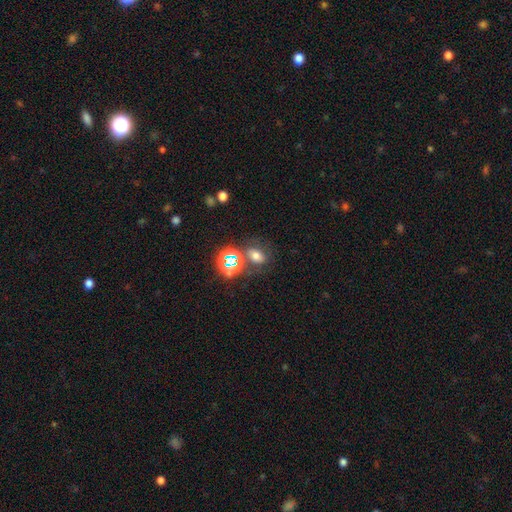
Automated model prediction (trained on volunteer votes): A smooth galaxy with no disk features (54%) that is in between round and cigar-shaped (65%).

Vote fractions:
- Smooth or featured? smooth: 54% / star or artifact: 31% / featured or disk: 14%
- How rounded? in between: 65% / round: 33% / cigar-shaped: 2%
- Merging? none: 62% / merger: 16% / minor disturbance: 15% / major disturbance: 8%